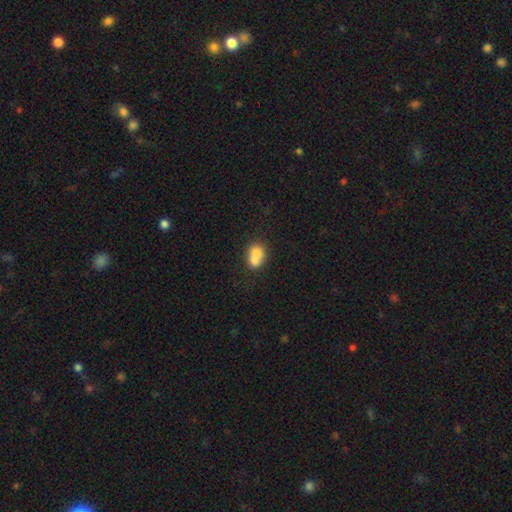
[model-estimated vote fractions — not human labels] Smooth or featured? smooth (73%)
How rounded? in between (50%)
Merging? merger (59%)